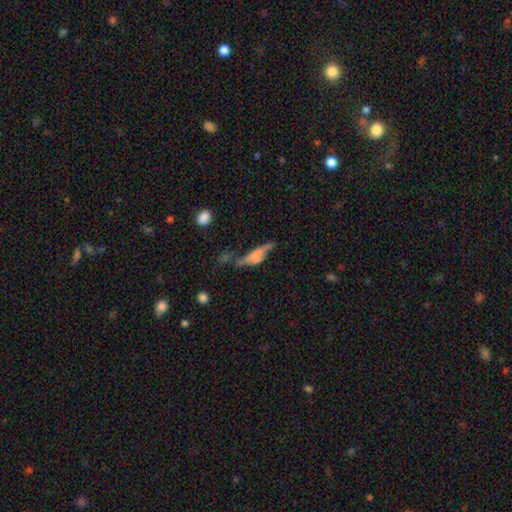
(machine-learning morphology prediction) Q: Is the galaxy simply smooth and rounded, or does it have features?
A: featured or disk — 50%.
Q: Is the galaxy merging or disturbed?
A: none — 40%.